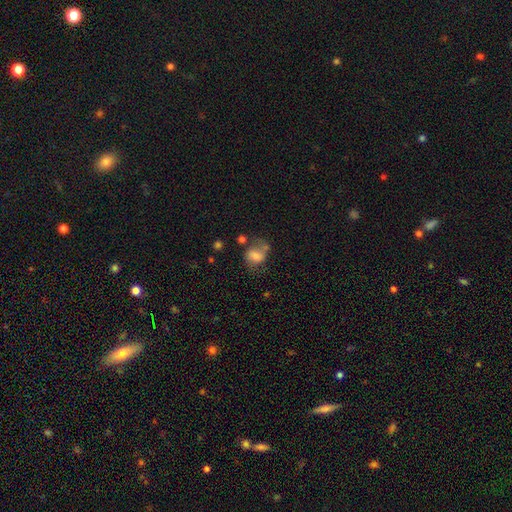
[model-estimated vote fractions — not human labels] Smooth or featured? Predicted: smooth (p=0.57). How rounded? Predicted: in between (p=0.51). Merging? Predicted: none (p=0.43).